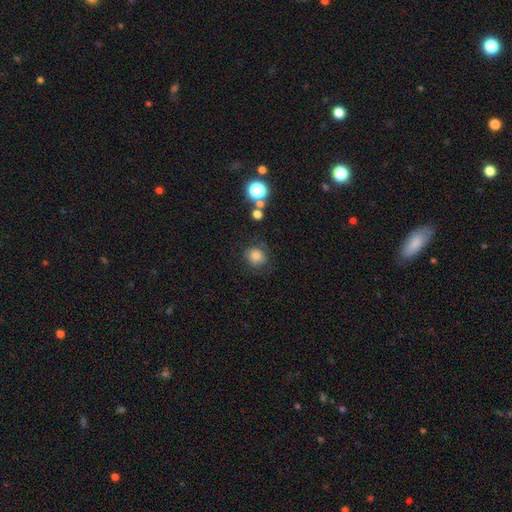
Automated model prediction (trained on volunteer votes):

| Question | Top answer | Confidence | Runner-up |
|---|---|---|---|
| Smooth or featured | smooth | 79% | star or artifact (13%) |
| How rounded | round | 81% | in between (18%) |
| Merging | none | 74% | minor disturbance (16%) |